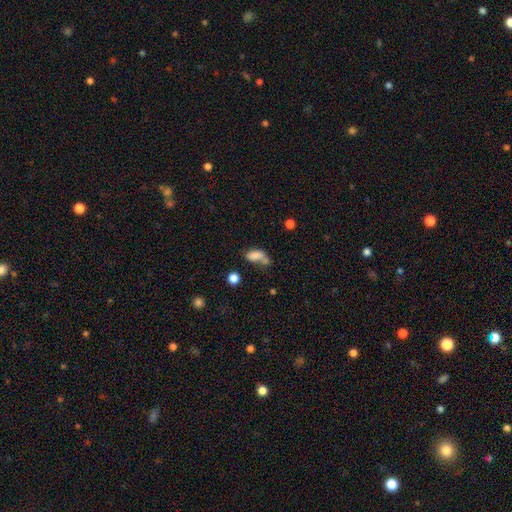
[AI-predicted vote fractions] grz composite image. It shows a smooth galaxy with no disk features (78%) that is in between round and cigar-shaped (84%). Merging: merger (37%).